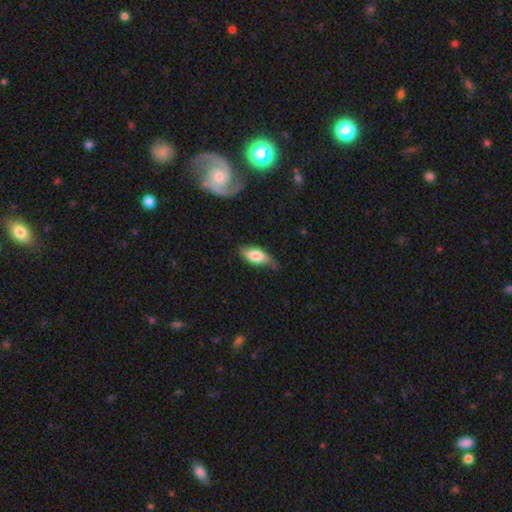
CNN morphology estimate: Q: Smooth or featured?
A: smooth (65%); runner-up: featured or disk (29%)
Q: How rounded?
A: in between (81%); runner-up: cigar-shaped (16%)
Q: Merging?
A: none (61%); runner-up: minor disturbance (30%)